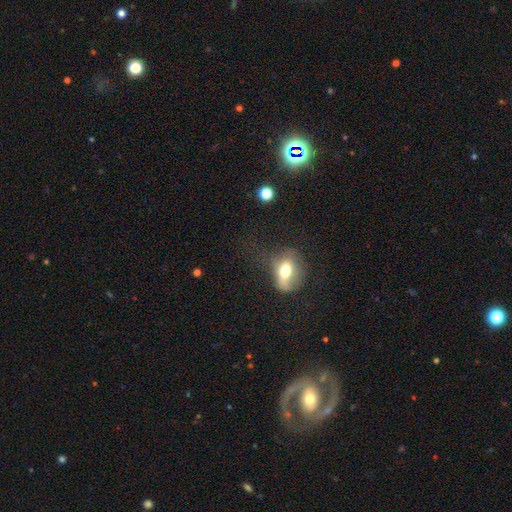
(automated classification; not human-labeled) Smooth or featured? featured or disk (40%)
Merging? none (48%)